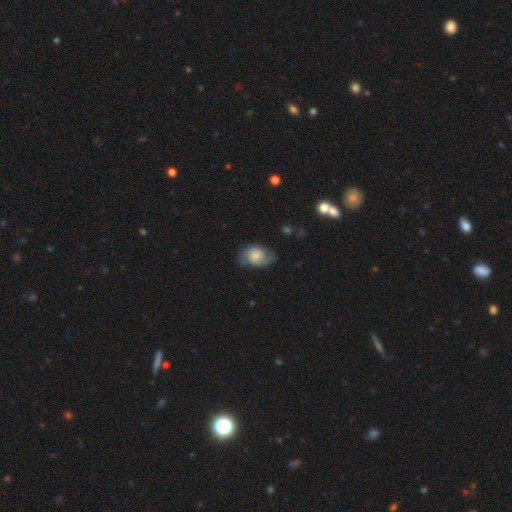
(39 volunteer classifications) This is possibly a smooth galaxy (59%). How rounded: likely in between (61%). Merging: possibly none (47%).